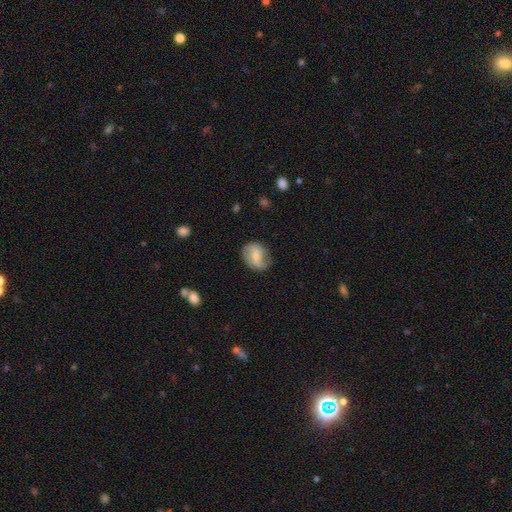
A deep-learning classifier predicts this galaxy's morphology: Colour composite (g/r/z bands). It shows a featured or disk galaxy (49%). Merging: none (67%).